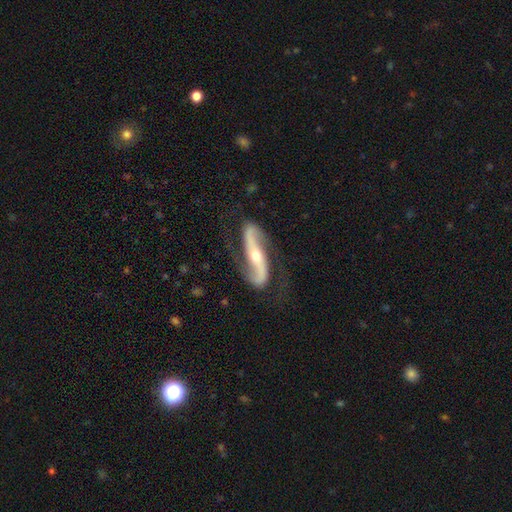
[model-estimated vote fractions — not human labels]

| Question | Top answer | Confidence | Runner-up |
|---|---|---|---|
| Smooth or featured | featured or disk | 90% | smooth (5%) |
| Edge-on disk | no | 89% | yes (11%) |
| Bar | strong | 49% | no (31%) |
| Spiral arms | yes | 97% | no (3%) |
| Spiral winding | loose | 56% | medium (32%) |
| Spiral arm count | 2 | 94% | can't tell (2%) |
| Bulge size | moderate | 48% | tied: small (48%) |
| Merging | none | 79% | minor disturbance (14%) |